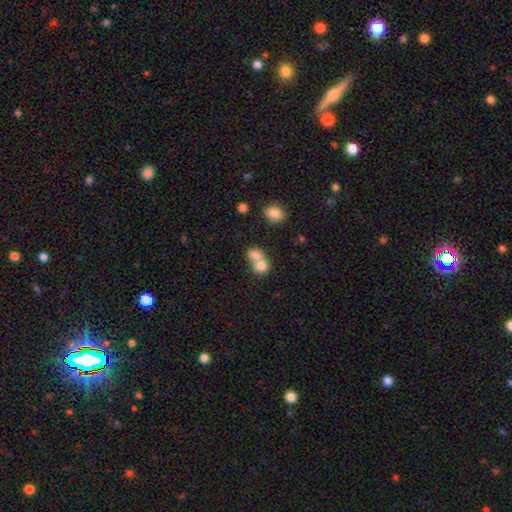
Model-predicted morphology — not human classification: Q: Smooth or featured?
A: smooth (77%); runner-up: featured or disk (13%)
Q: How rounded?
A: round (60%); runner-up: in between (38%)
Q: Merging?
A: merger (67%); runner-up: none (24%)